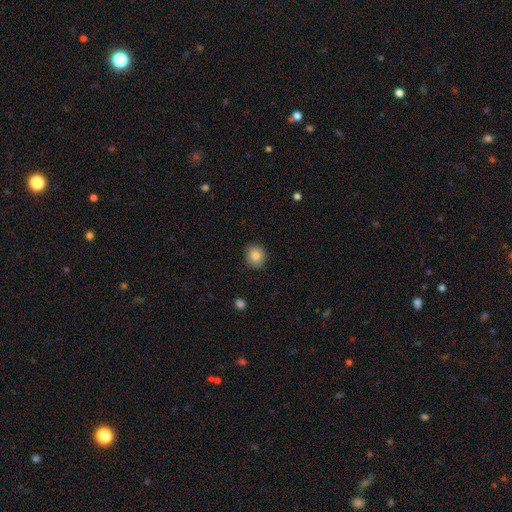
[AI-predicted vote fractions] Smooth or featured: smooth — 85% (star or artifact — 9%)
How rounded: round — 80% (in between — 19%)
Merging: none — 88% (minor disturbance — 9%)